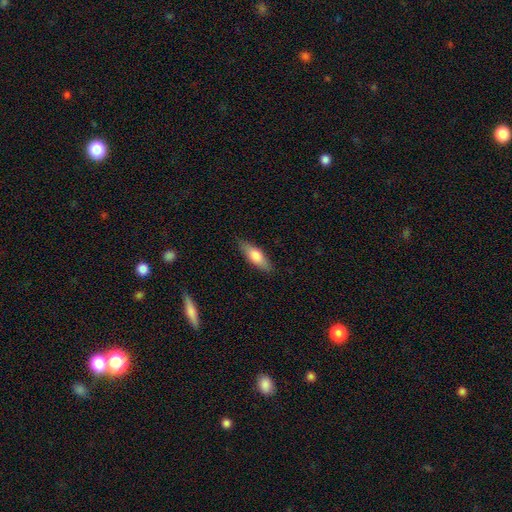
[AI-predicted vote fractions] Morphology: type=smooth (73%); roundness=in between (59%); merging=none (86%).